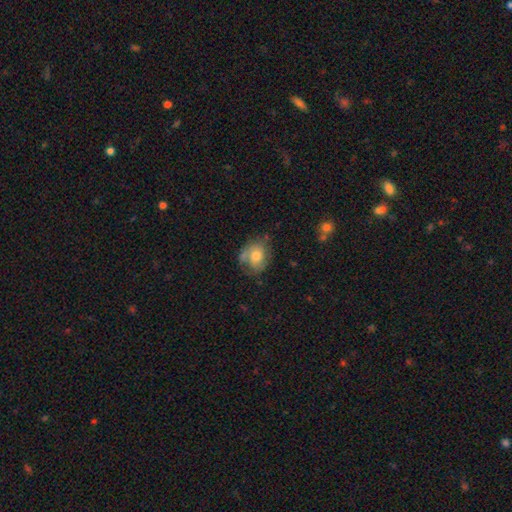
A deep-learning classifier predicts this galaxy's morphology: Overall: smooth (58%; featured or disk 33%). How rounded: round (55%; in between 44%). Merging: none (56%; minor disturbance 27%).